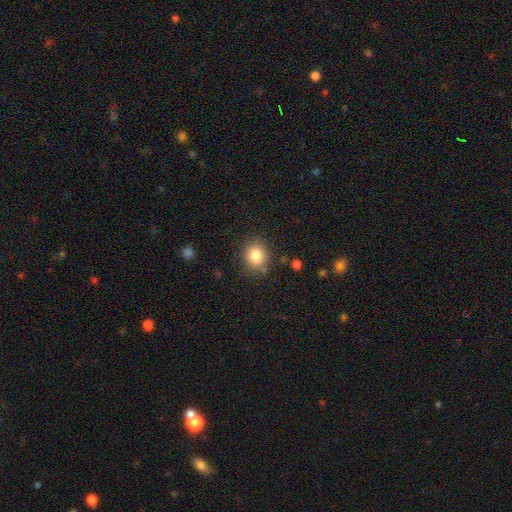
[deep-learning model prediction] The model was most divided on "how rounded": round: 71%, in between: 28%, cigar-shaped: 1%. More confident: smooth or featured — smooth (84%); merging — none (83%).